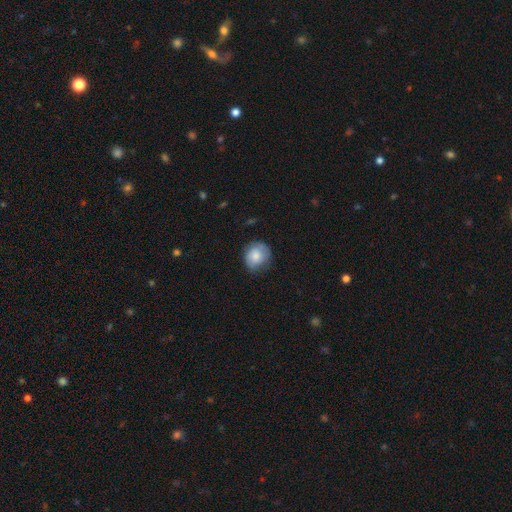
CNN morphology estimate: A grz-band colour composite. It shows a smooth galaxy with no disk features (78%) that is round (76%). Merging: none (67%).